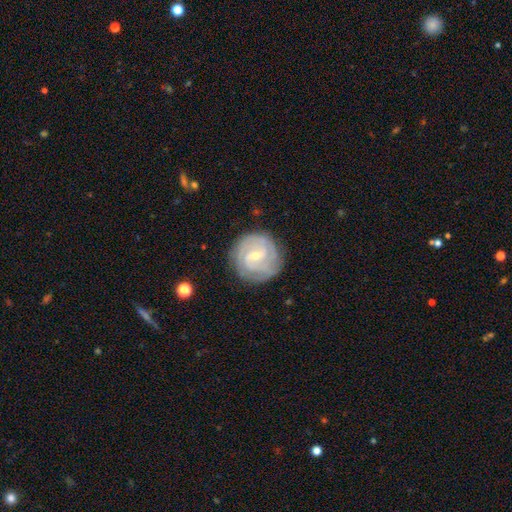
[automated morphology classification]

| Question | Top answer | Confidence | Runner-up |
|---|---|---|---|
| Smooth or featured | featured or disk | 83% | smooth (11%) |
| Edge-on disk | no | 97% | yes (3%) |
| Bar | weak | 53% | no (30%) |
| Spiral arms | yes | 95% | no (5%) |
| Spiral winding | tight | 73% | medium (23%) |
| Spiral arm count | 2 | 28% | can't tell (27%) |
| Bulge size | small | 64% | moderate (33%) |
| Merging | none | 83% | minor disturbance (12%) |